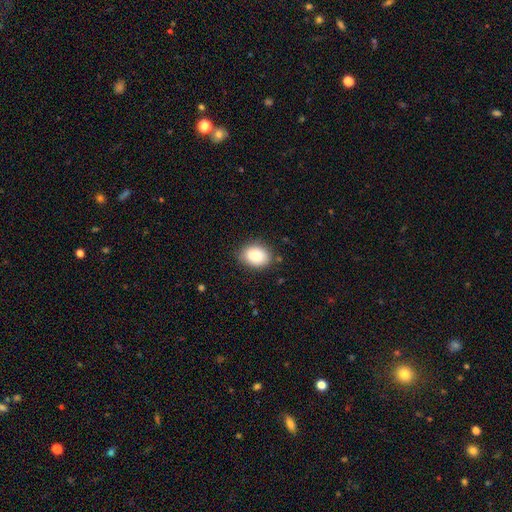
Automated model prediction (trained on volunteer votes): The model was most divided on "how rounded": in between: 65%, round: 34%, cigar-shaped: 1%. More confident: smooth or featured — smooth (85%); merging — none (82%).